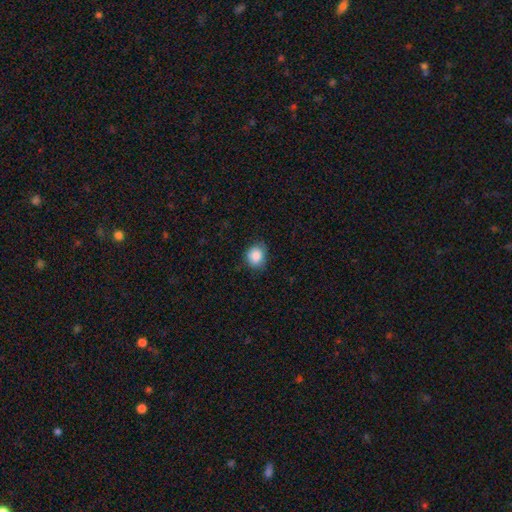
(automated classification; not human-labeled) Smooth or featured? smooth (87%)
How rounded? round (64%)
Merging? none (77%)